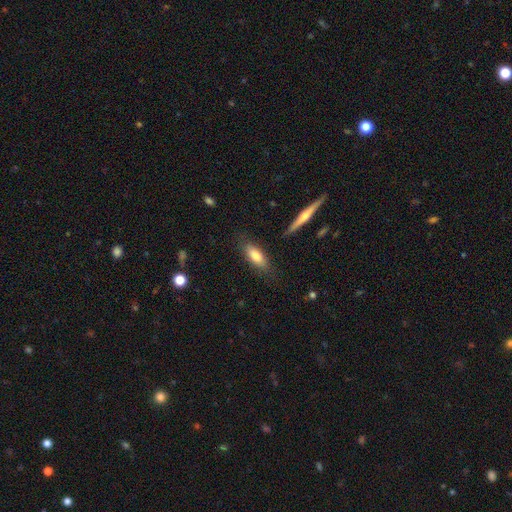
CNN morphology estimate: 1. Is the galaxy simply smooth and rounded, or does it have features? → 78% smooth, 16% featured or disk, 6% star or artifact.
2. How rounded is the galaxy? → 71% in between, 27% cigar-shaped, 2% round.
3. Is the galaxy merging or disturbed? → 80% none, 14% minor disturbance, 4% major disturbance, 3% merger.